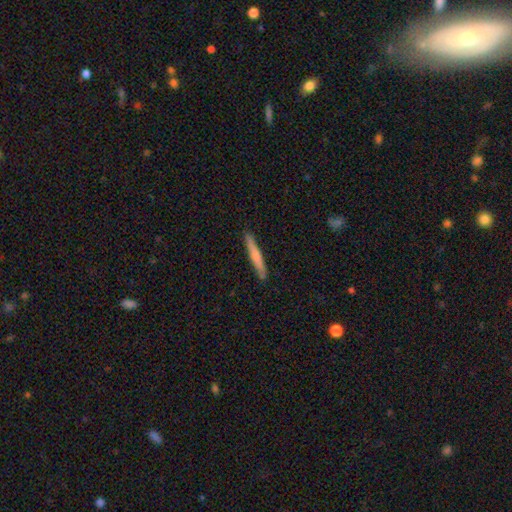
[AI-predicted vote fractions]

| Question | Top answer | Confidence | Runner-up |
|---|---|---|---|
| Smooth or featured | smooth | 63% | featured or disk (31%) |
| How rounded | cigar-shaped | 96% | in between (3%) |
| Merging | none | 90% | minor disturbance (7%) |